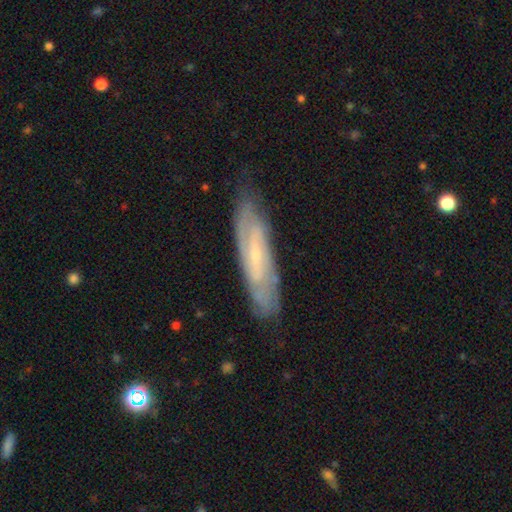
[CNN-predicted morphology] Smooth or featured: featured or disk — 72% (smooth — 21%)
Edge-on disk: no — 69% (yes — 31%)
Merging: none — 78% (minor disturbance — 17%)